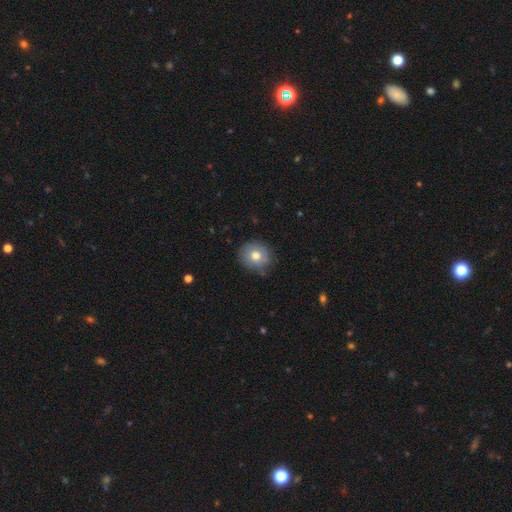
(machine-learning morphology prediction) type=smooth (73%); roundness=round (86%); merging=none (73%).